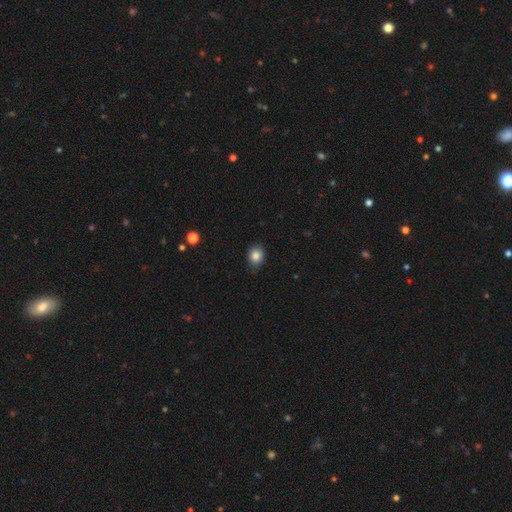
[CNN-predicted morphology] The model was most divided on "how rounded": round: 58%, in between: 41%, cigar-shaped: 1%. More confident: smooth or featured — smooth (84%); merging — none (83%).